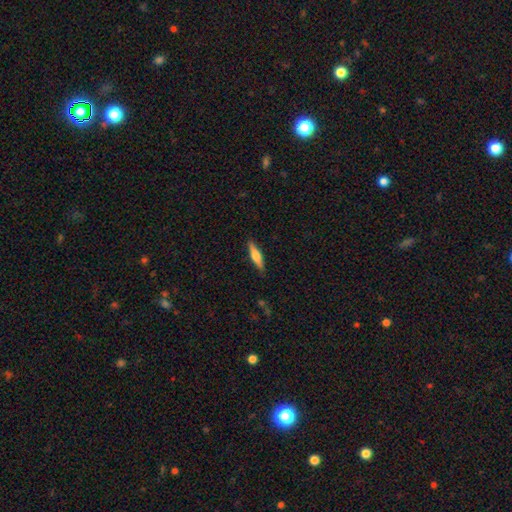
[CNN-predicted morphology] Smooth or featured? Predicted: smooth (p=0.53). How rounded? Predicted: cigar-shaped (p=0.78). Merging? Predicted: none (p=0.88).